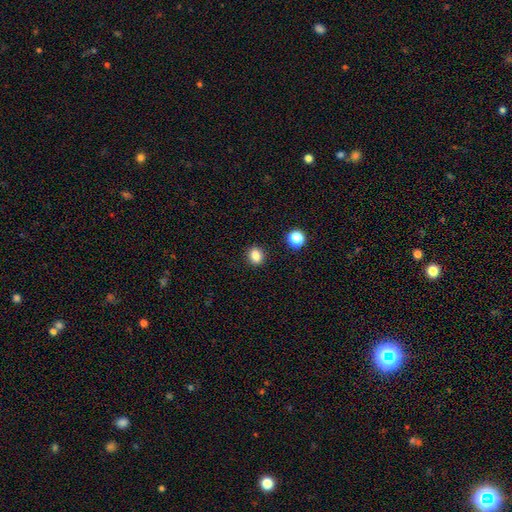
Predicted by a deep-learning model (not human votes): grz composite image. It shows a smooth galaxy with no disk features (83%) that is round (64%). Merging: none (88%).